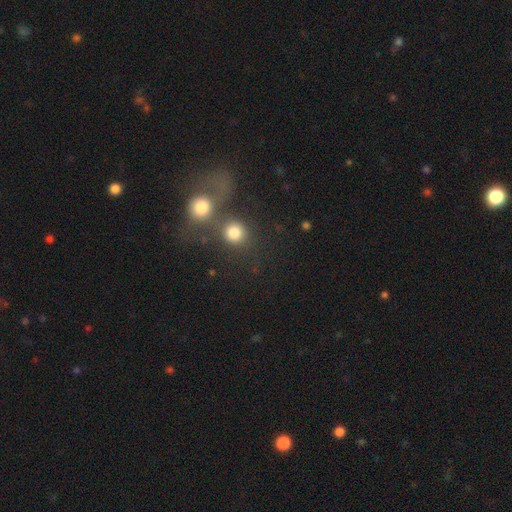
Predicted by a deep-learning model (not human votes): Smooth or featured?
  - smooth: 51% *
  - star or artifact: 31%
  - featured or disk: 18%
How rounded?
  - round: 83% *
  - in between: 16%
  - cigar-shaped: 2%
Merging?
  - merger: 54% *
  - none: 31%
  - major disturbance: 7%
  - minor disturbance: 7%